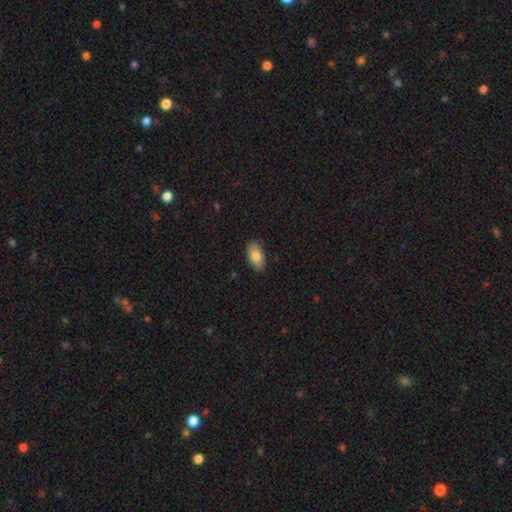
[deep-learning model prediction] Morphology: type=smooth (80%); roundness=in between (94%); merging=none (83%).